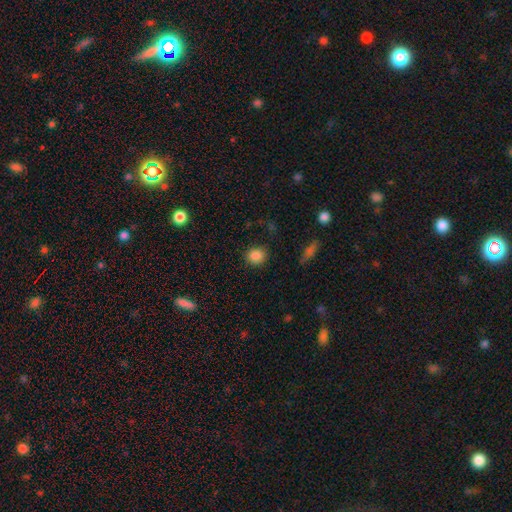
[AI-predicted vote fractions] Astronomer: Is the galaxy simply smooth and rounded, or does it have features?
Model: smooth — 85%.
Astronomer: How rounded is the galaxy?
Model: round — 78%.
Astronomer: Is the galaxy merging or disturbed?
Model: none — 86%.